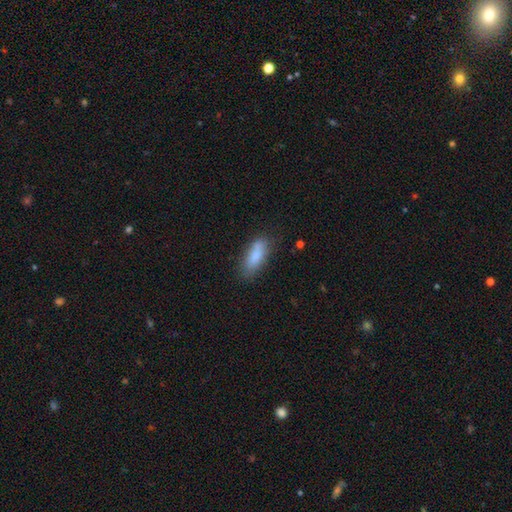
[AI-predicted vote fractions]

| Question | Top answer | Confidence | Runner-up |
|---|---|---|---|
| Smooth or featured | smooth | 83% | featured or disk (10%) |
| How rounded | in between | 69% | cigar-shaped (29%) |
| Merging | none | 71% | minor disturbance (21%) |